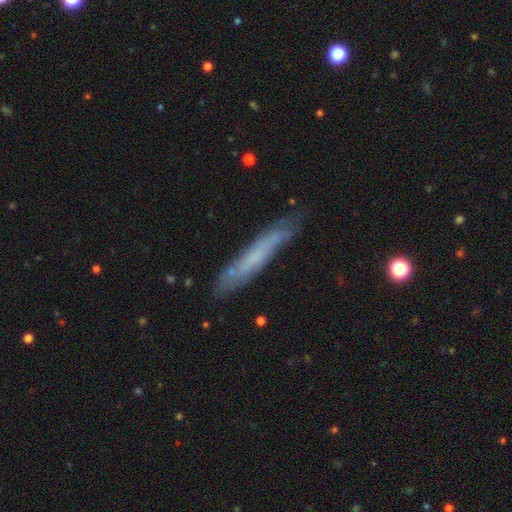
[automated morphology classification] Smooth or featured? smooth (47%)
Merging? none (78%)